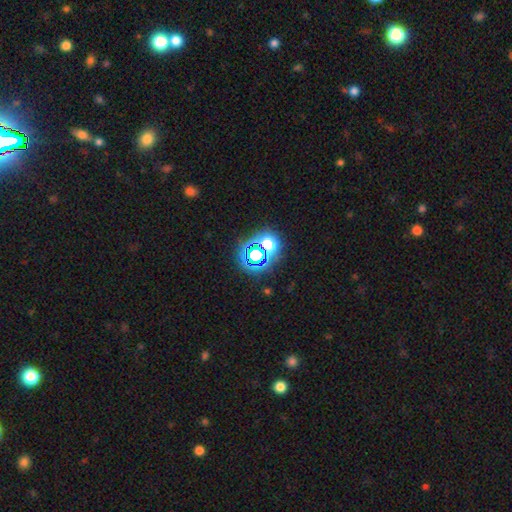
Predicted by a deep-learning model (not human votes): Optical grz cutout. It shows a star or artifact, not a galaxy (66%).